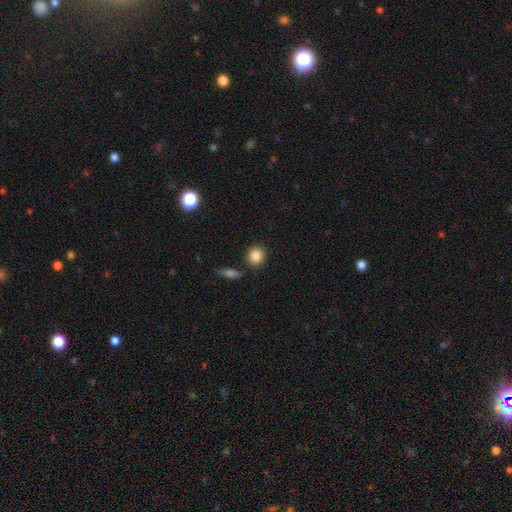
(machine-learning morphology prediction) Smooth or featured? Predicted: smooth (p=0.85). How rounded? Predicted: round (p=0.77). Merging? Predicted: none (p=0.85).